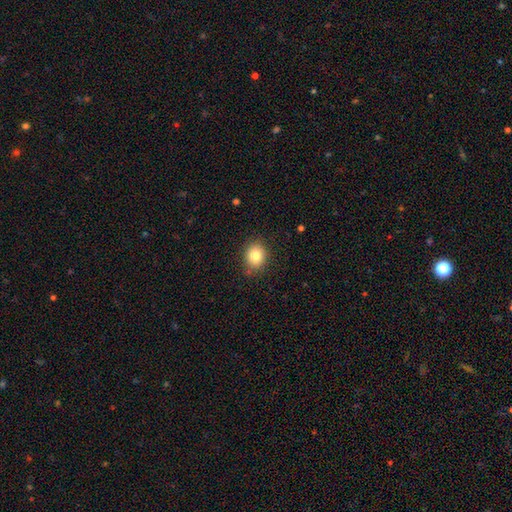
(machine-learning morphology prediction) This appears to be a smooth galaxy with no disk features (82%) that is round (62%). Merging: none (86%).